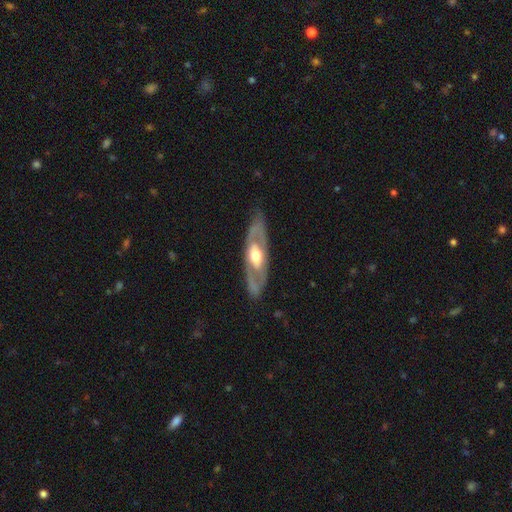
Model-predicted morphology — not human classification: featured or disk 69%, smooth 26%, star or artifact 4%. Down the decision tree: edge-on disk — no (77%); bar — no (71%); spiral arms — no (67%); bulge size — moderate (68%); merging — none (80%).